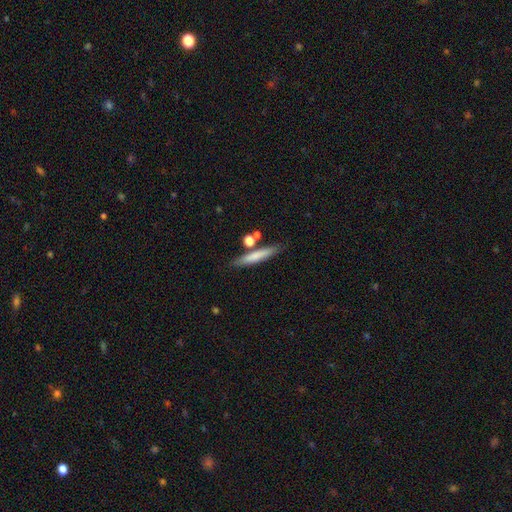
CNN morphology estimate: Overall: smooth (71%). How rounded: cigar-shaped (89%). Merging: none (75%).